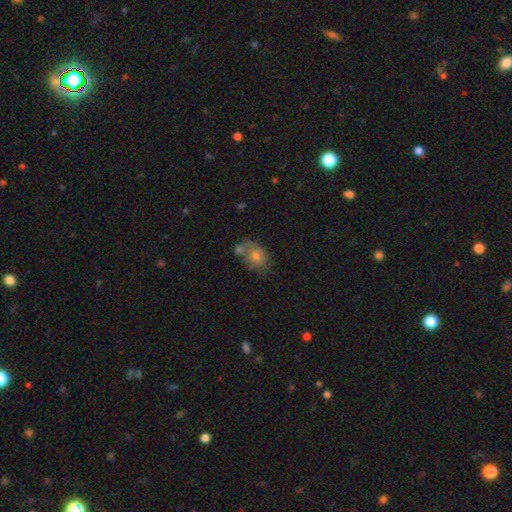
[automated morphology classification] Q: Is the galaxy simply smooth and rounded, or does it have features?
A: smooth — 69%.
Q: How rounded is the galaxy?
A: in between — 61%.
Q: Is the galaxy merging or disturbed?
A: none — 45%.